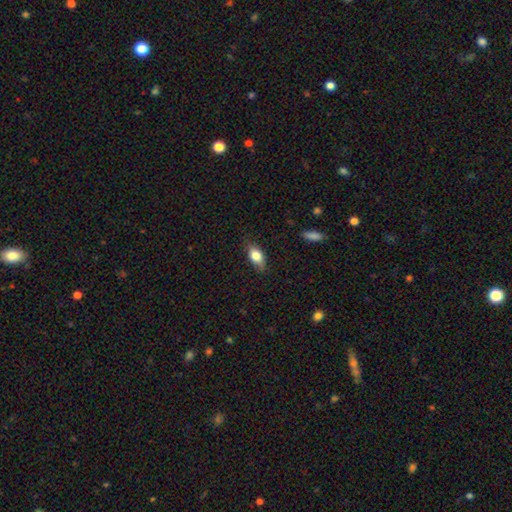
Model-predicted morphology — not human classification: The model was most divided on "merging": none: 75%, minor disturbance: 20%, major disturbance: 4%, merger: 1%. More confident: how rounded — in between (84%); smooth or featured — smooth (78%).